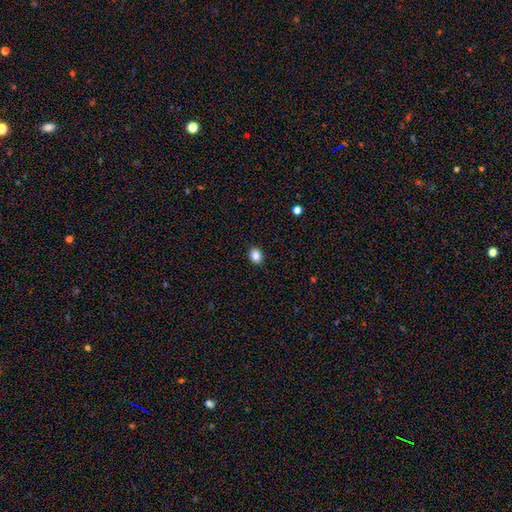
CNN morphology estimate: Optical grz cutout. It shows a smooth galaxy with no disk features (86%) that is in between round and cigar-shaped (51%). Merging: none (90%).